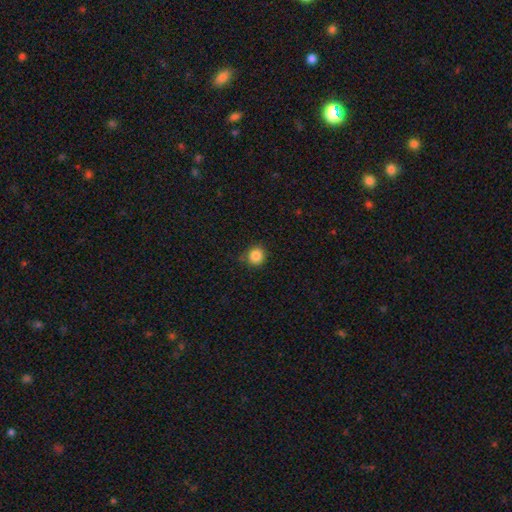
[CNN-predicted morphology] Smooth or featured?
  - smooth: 86% *
  - star or artifact: 11%
  - featured or disk: 4%
How rounded?
  - round: 91% *
  - in between: 8%
  - cigar-shaped: 1%
Merging?
  - none: 83% *
  - minor disturbance: 13%
  - major disturbance: 3%
  - merger: 2%